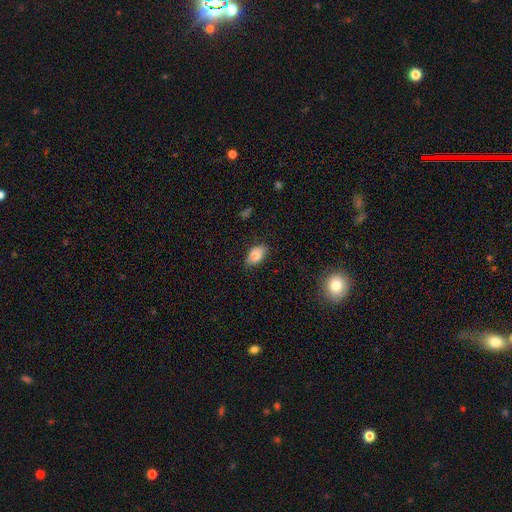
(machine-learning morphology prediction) Smooth or featured? Predicted: smooth (p=0.86). How rounded? Predicted: in between (p=0.92). Merging? Predicted: none (p=0.76).